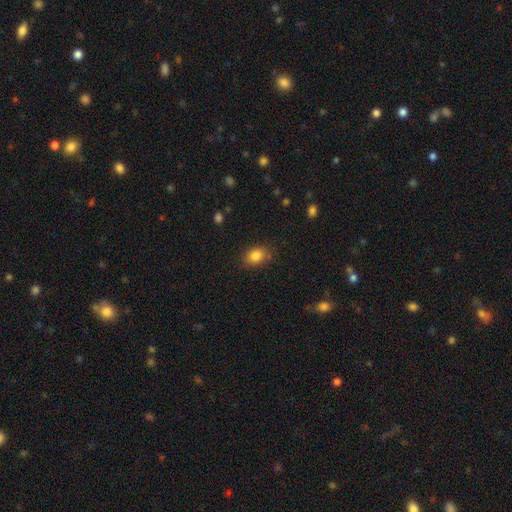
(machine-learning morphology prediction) type=smooth (84%); roundness=in between (66%); merging=none (81%).